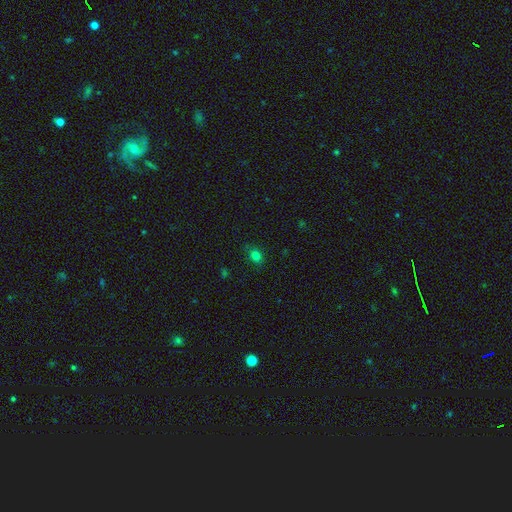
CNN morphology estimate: type=smooth (77%); roundness=in between (50%); merging=none (80%).